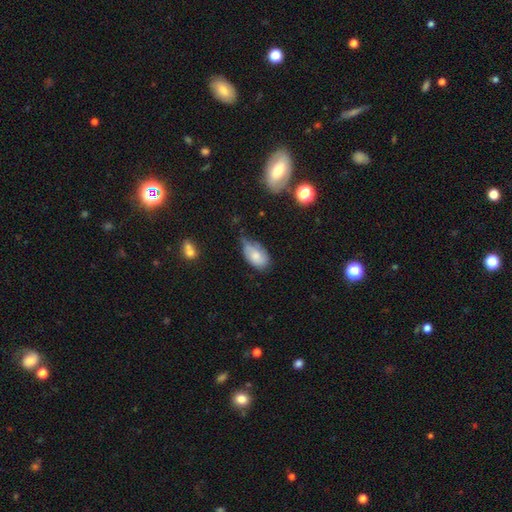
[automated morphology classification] The model was most divided on "merging": minor disturbance: 48%, none: 35%, major disturbance: 14%, merger: 4%. More confident: how rounded — in between (91%); smooth or featured — smooth (70%).